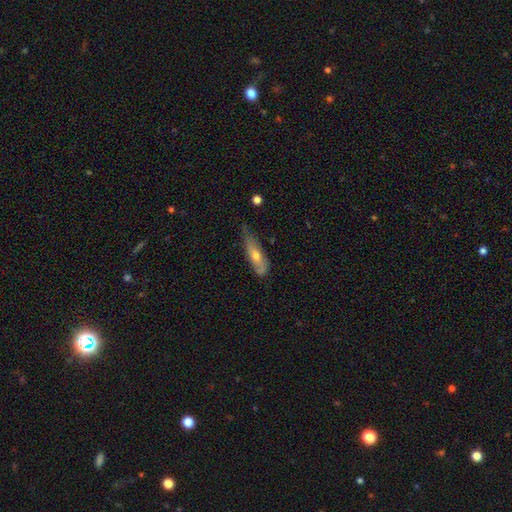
Volunteers were most divided on "how rounded": cigar-shaped: 54%, in between: 46%, round: 0%. More confident: smooth or featured — smooth (60%); merging — minor disturbance (53%).